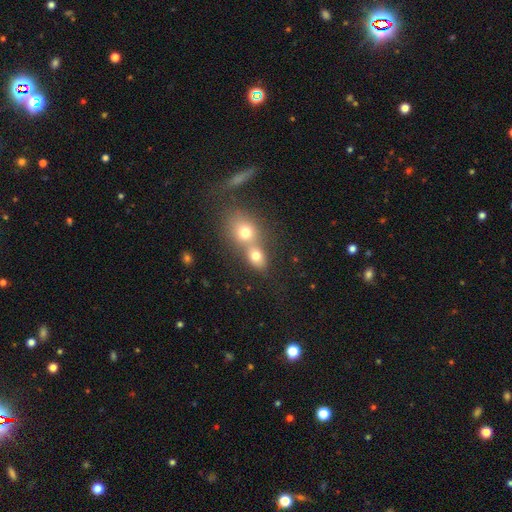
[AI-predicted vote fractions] Smooth or featured? Predicted: smooth (p=0.74). How rounded? Predicted: round (p=0.50). Merging? Predicted: merger (p=0.58).